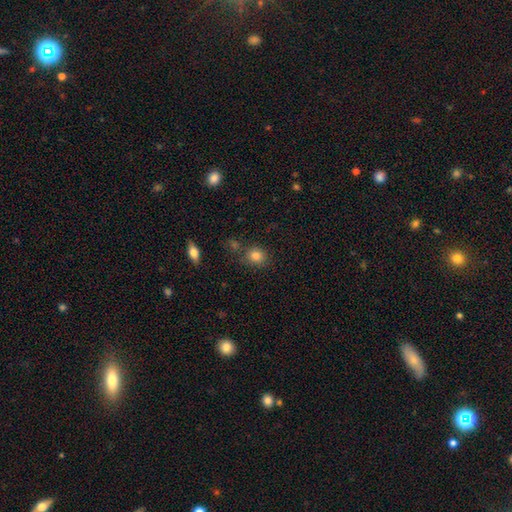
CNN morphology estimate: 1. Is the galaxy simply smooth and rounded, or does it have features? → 82% smooth, 11% star or artifact, 7% featured or disk.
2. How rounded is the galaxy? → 72% round, 27% in between, 1% cigar-shaped.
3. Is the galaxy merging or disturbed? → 75% none, 12% minor disturbance, 9% merger, 4% major disturbance.